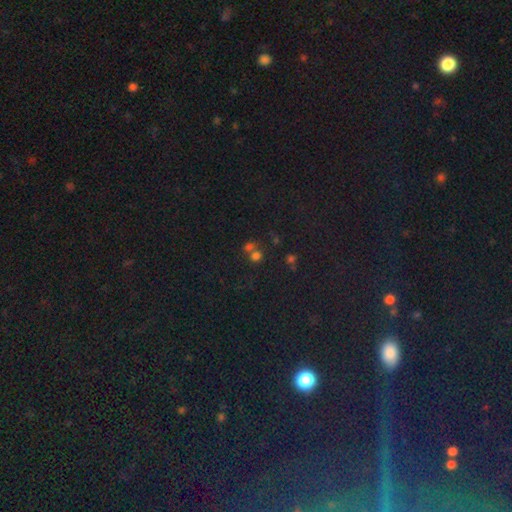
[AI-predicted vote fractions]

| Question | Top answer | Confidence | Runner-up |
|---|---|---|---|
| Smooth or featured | smooth | 61% | star or artifact (28%) |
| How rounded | round | 69% | in between (30%) |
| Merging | merger | 47% | none (41%) |